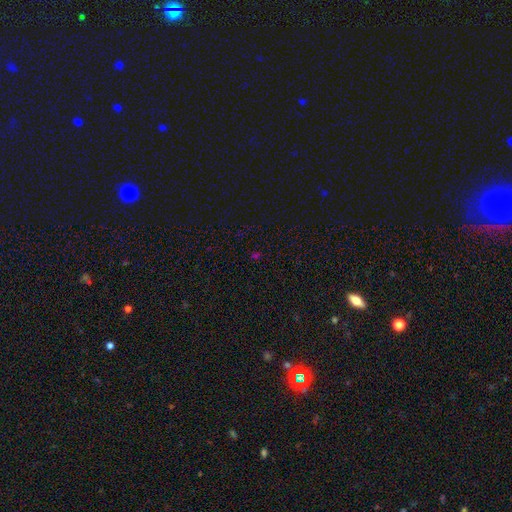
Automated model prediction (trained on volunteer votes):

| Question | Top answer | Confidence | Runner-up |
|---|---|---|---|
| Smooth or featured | star or artifact | 57% | smooth (36%) |